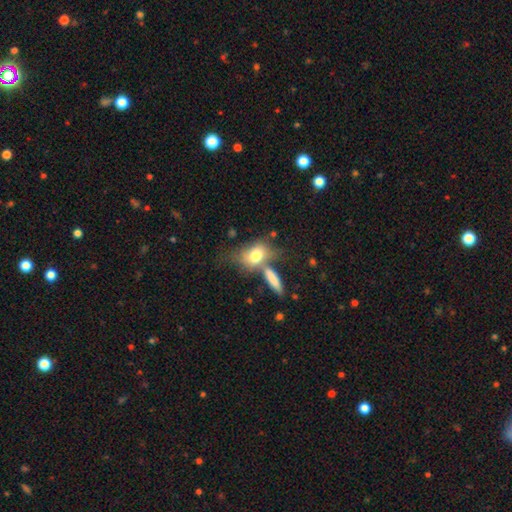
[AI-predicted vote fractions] Smooth or featured? Predicted: smooth (p=0.73). How rounded? Predicted: in between (p=0.73). Merging? Predicted: none (p=0.39).